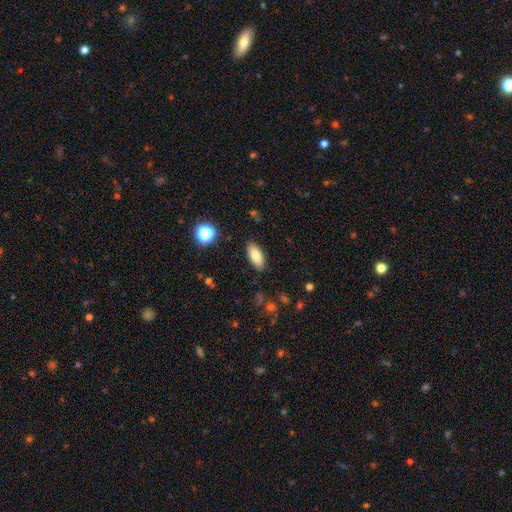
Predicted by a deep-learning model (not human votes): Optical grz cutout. It shows a smooth galaxy with no disk features (83%) that is in between round and cigar-shaped (85%). Merging: none (87%).